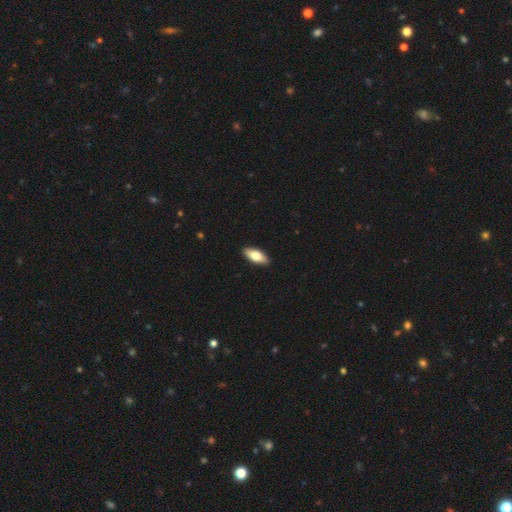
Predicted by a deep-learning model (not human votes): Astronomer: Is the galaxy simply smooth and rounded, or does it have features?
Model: smooth — 72%.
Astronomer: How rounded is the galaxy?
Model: in between — 80%.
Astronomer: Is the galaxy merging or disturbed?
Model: none — 91%.